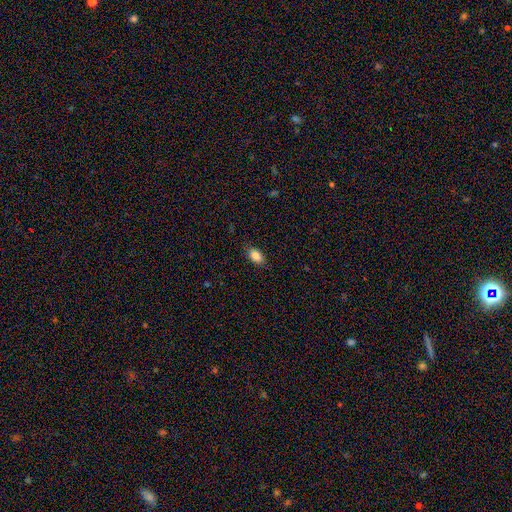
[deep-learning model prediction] Smooth or featured: smooth — 88% (star or artifact — 8%)
How rounded: in between — 91% (round — 7%)
Merging: none — 85% (minor disturbance — 12%)